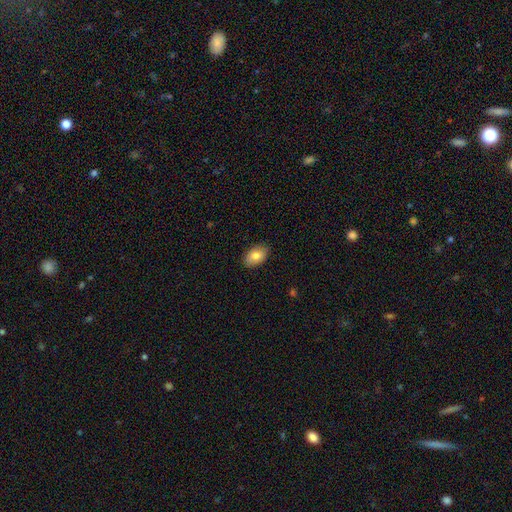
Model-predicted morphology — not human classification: The model was most divided on "smooth or featured": smooth: 82%, featured or disk: 11%, star or artifact: 7%. More confident: how rounded — in between (91%); merging — none (86%).